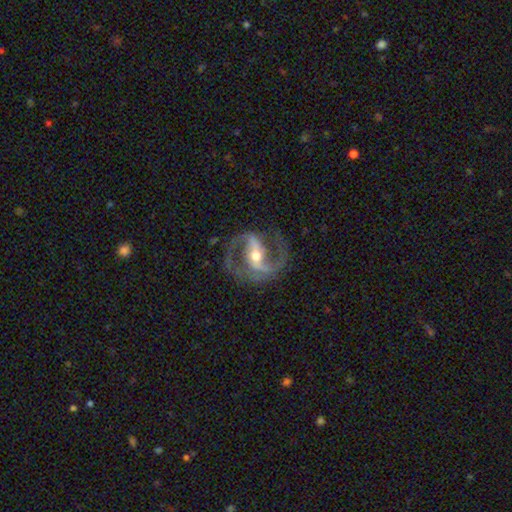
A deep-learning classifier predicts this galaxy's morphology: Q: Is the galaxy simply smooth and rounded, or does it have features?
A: featured or disk — 92%.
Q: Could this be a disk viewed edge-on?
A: no — 97%.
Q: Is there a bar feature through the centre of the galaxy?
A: strong — 57%.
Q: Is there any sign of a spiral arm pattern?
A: yes — 97%.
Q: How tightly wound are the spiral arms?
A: medium — 63%.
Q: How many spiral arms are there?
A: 2 — 93%.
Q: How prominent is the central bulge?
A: moderate — 63%.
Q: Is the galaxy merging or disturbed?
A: none — 79%.